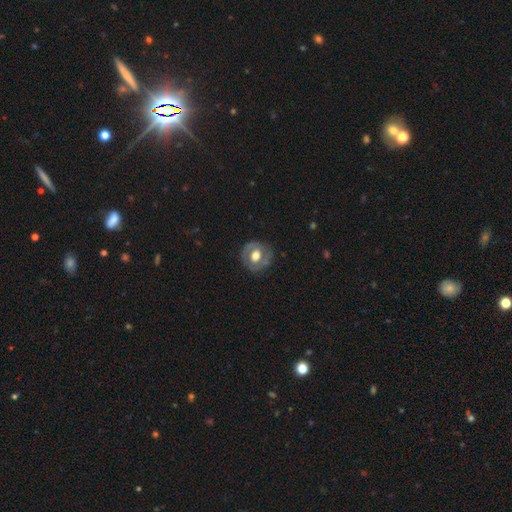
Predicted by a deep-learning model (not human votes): A featured or disk galaxy (54%) with no bar (63%), no spiral arms (59%) and a moderate central bulge (57%). Merging: none (78%).